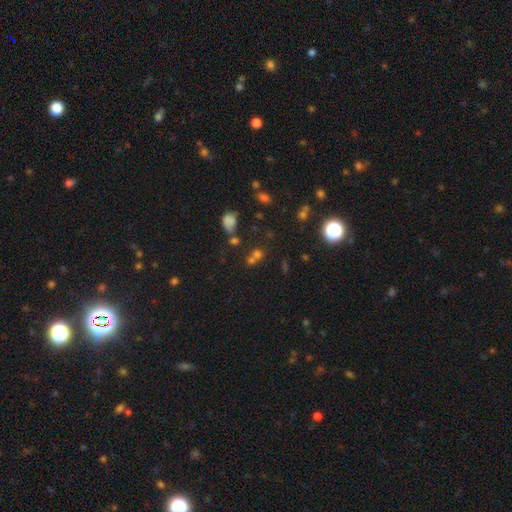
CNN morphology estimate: smooth_or_featured: smooth (p=0.58) [alt: star or artifact p=0.29]
how_rounded: round (p=0.77) [alt: in between p=0.21]
merging: none (p=0.44) [alt: merger p=0.43]